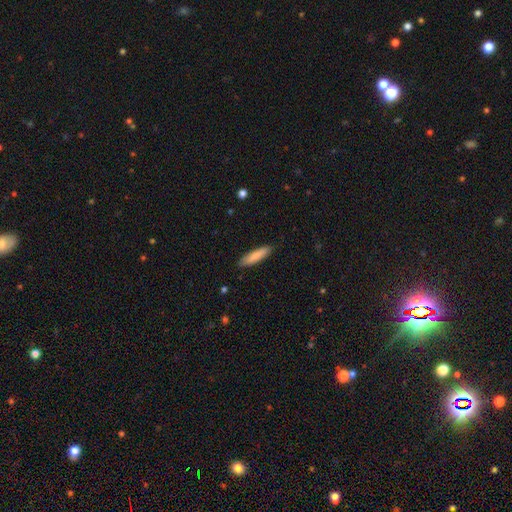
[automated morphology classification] Smooth or featured: smooth — 84% (featured or disk — 10%)
How rounded: cigar-shaped — 79% (in between — 20%)
Merging: none — 88% (minor disturbance — 9%)